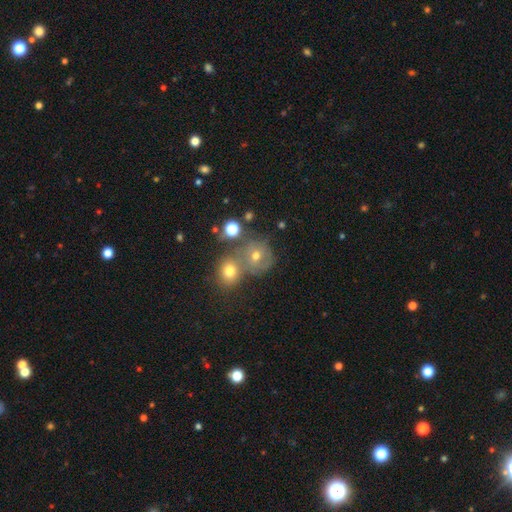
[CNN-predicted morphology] Smooth or featured? Predicted: smooth (p=0.54). How rounded? Predicted: round (p=0.81). Merging? Predicted: none (p=0.43).